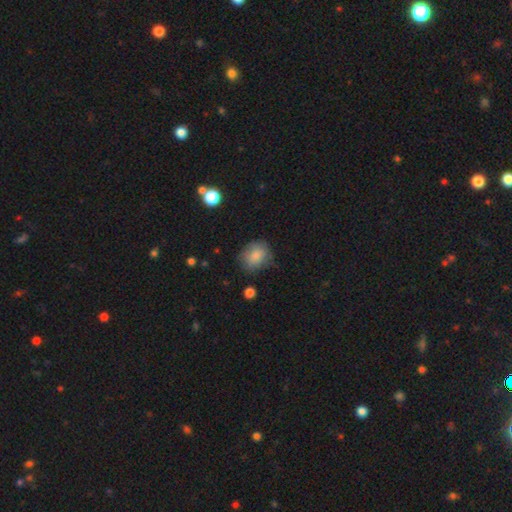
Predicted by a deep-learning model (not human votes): The model was most divided on "how rounded": round: 58%, in between: 41%, cigar-shaped: 1%. More confident: smooth or featured — smooth (82%); merging — none (65%).